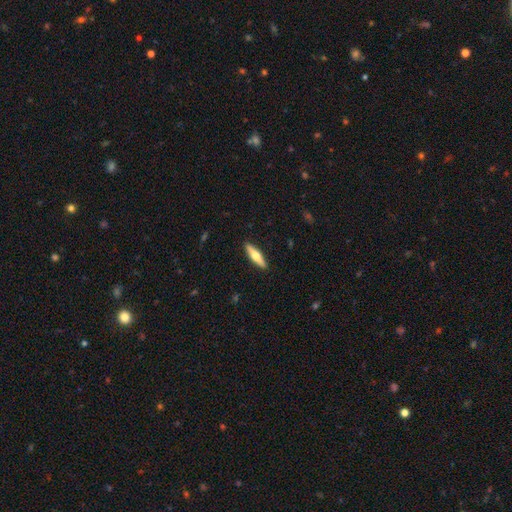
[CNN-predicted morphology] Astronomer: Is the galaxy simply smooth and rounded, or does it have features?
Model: smooth — 48% (runner-up: featured or disk, 47%).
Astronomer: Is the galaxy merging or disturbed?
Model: none — 91%.